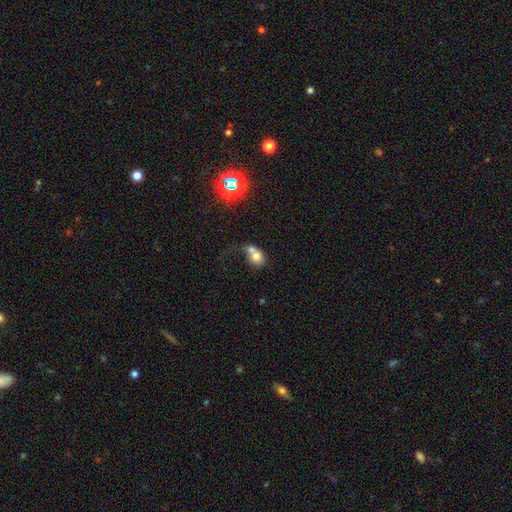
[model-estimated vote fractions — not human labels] smooth_or_featured: smooth (p=0.67) [alt: featured or disk p=0.20]
how_rounded: round (p=0.56) [alt: in between p=0.42]
merging: merger (p=0.61) [alt: none p=0.20]